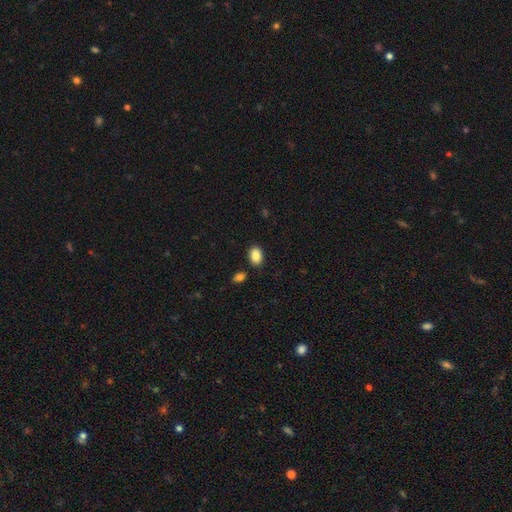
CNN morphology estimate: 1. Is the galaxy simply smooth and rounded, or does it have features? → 88% smooth, 8% star or artifact, 5% featured or disk.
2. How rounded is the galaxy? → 81% in between, 18% round, 1% cigar-shaped.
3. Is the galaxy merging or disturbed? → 84% none, 10% minor disturbance, 4% merger, 2% major disturbance.